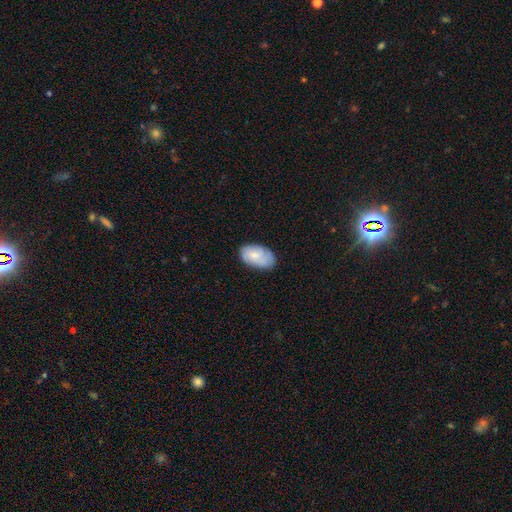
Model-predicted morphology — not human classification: This appears to be a smooth galaxy with no disk features (66%) that is in between round and cigar-shaped (92%). Merging: none (73%).